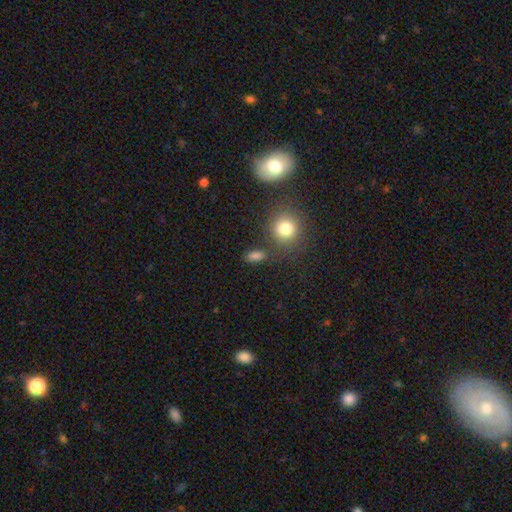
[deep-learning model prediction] Morphology: type=smooth (76%); roundness=in between (66%); merging=none (74%).